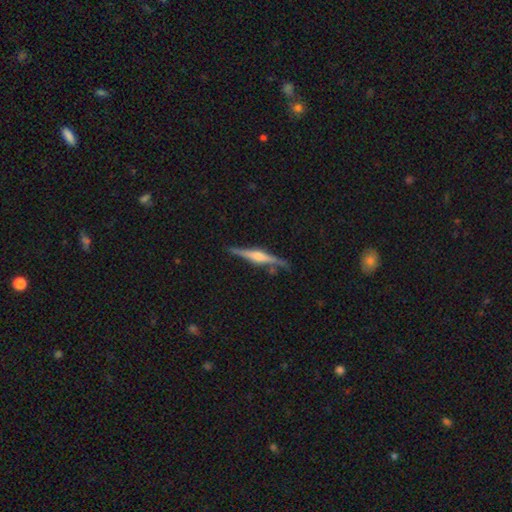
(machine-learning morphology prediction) smooth-or-featured: featured or disk: 80% | smooth: 14% | star or artifact: 5%
  disk-edge-on: yes: 98% | no: 2%
    edge-on-bulge: rounded: 80% | boxy: 14% | none: 6%
  merging: none: 86% | minor disturbance: 10% | major disturbance: 2% | merger: 2%